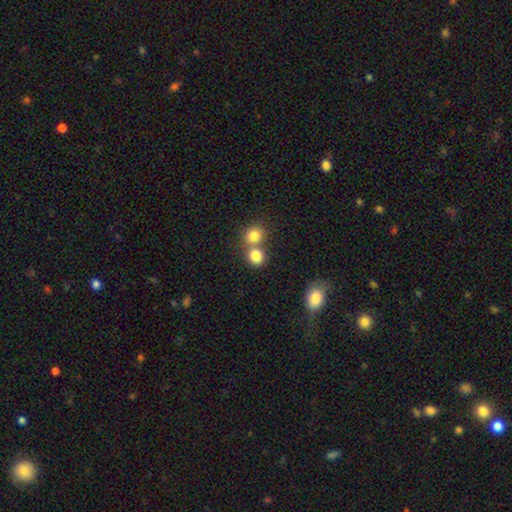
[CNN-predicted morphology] The model was most divided on "merging": none: 49%, merger: 42%, minor disturbance: 7%, major disturbance: 3%. More confident: smooth or featured — smooth (82%); how rounded — round (80%).